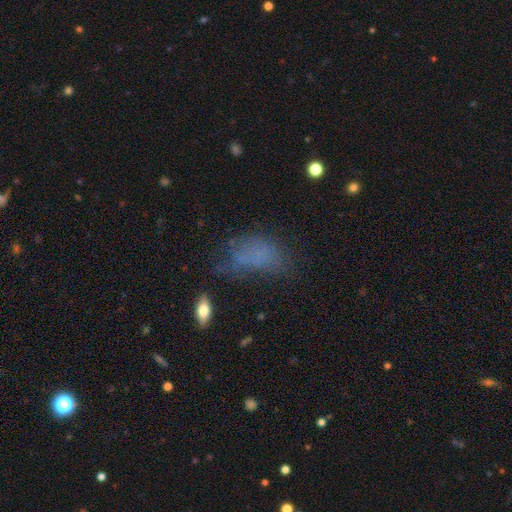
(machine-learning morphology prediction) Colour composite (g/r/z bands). It shows a smooth galaxy with no disk features (61%) that is in between round and cigar-shaped (87%). Merging: none (40%).